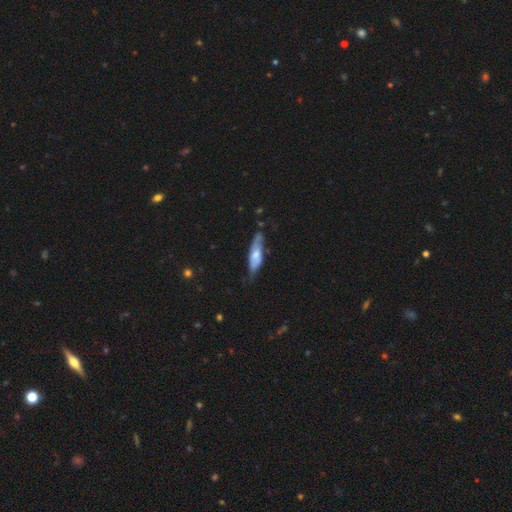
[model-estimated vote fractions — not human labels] Smooth or featured? Predicted: featured or disk (p=0.48). Merging? Predicted: none (p=0.60).